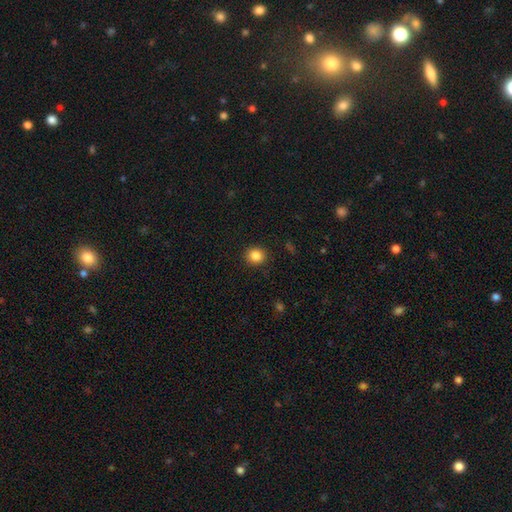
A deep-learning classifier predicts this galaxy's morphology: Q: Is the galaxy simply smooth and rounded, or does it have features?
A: smooth — 85%.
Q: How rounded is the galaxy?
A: round — 87%.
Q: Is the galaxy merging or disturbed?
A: none — 91%.